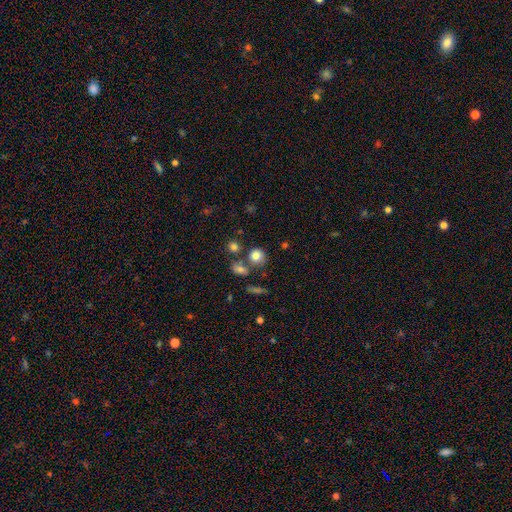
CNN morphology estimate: smooth_or_featured: smooth (p=0.80) [alt: star or artifact p=0.11]
how_rounded: round (p=0.85) [alt: in between p=0.14]
merging: none (p=0.68) [alt: merger p=0.17]